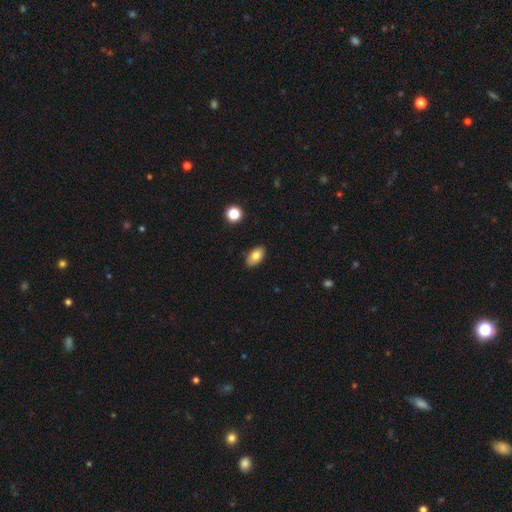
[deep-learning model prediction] smooth_or_featured: smooth (p=0.79) [alt: featured or disk p=0.13]
how_rounded: in between (p=0.92) [alt: round p=0.06]
merging: none (p=0.86) [alt: minor disturbance p=0.10]